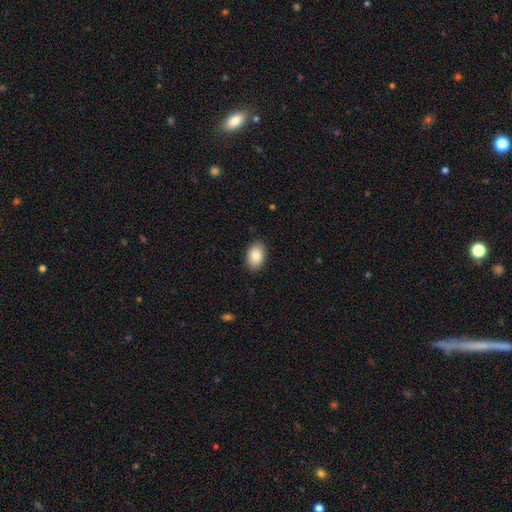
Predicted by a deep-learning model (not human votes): smooth-or-featured: smooth: 86% | featured or disk: 7% | star or artifact: 7%
  how-rounded: in between: 90% | round: 9% | cigar-shaped: 1%
  merging: none: 88% | minor disturbance: 9% | major disturbance: 2% | merger: 1%